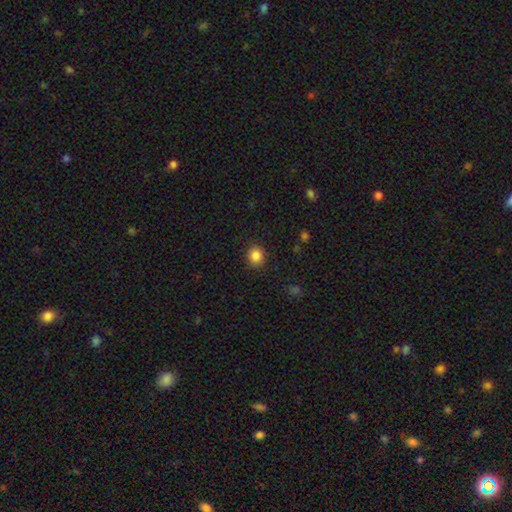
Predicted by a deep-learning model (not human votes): Smooth or featured?
  - smooth: 86% *
  - star or artifact: 10%
  - featured or disk: 4%
How rounded?
  - round: 78% *
  - in between: 21%
  - cigar-shaped: 1%
Merging?
  - none: 89% *
  - minor disturbance: 7%
  - major disturbance: 2%
  - merger: 1%